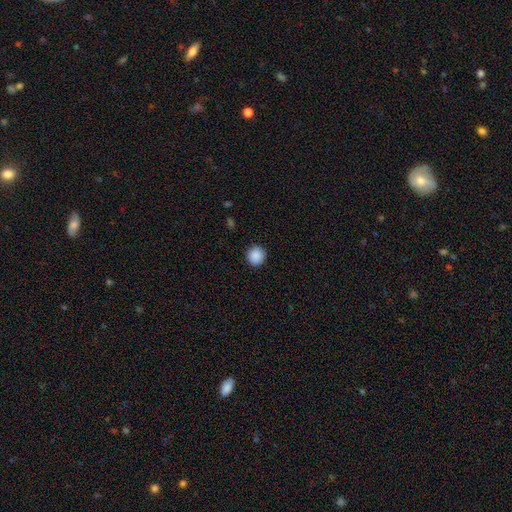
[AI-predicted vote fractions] A smooth galaxy with no disk features (89%) that is round (93%).

Vote fractions:
- Smooth or featured? smooth: 89% / star or artifact: 9% / featured or disk: 3%
- How rounded? round: 93% / in between: 6% / cigar-shaped: 1%
- Merging? none: 91% / minor disturbance: 6% / major disturbance: 2% / merger: 1%